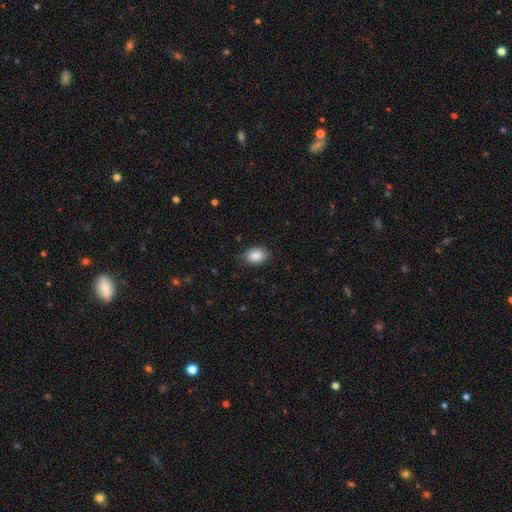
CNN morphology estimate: The model was most divided on "how rounded": in between: 74%, round: 25%, cigar-shaped: 1%. More confident: smooth or featured — smooth (88%); merging — none (82%).